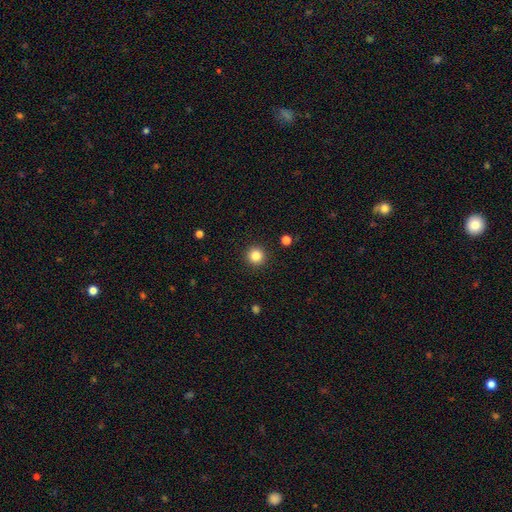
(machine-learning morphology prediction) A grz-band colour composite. It shows a smooth galaxy with no disk features (85%) that is round (95%). Merging: none (92%).